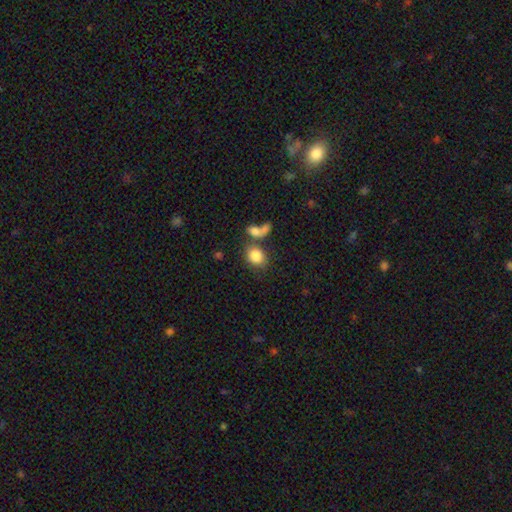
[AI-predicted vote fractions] smooth-or-featured: smooth: 83% | star or artifact: 9% | featured or disk: 8%
  how-rounded: round: 52% | in between: 46% | cigar-shaped: 2%
  merging: none: 51% | merger: 30% | minor disturbance: 11% | major disturbance: 8%